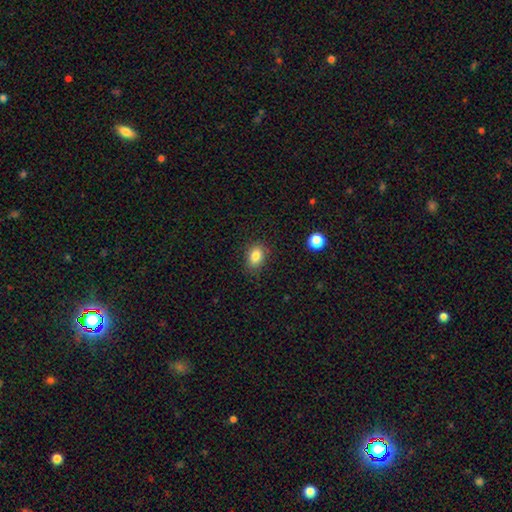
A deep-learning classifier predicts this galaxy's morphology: This appears to be a smooth galaxy with no disk features (84%) that is in between round and cigar-shaped (73%). Merging: none (83%).